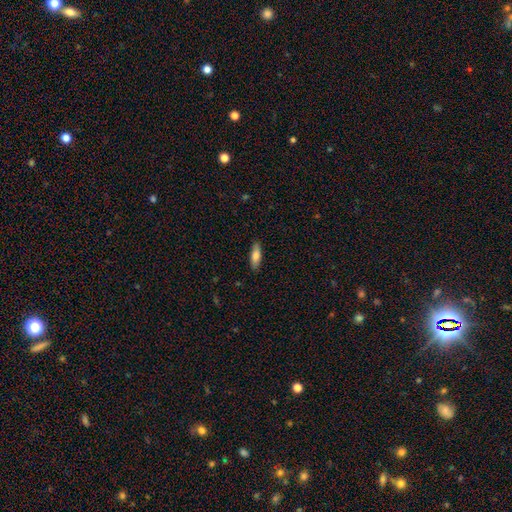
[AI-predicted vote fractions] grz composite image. It shows a smooth galaxy with no disk features (78%) that is in between round and cigar-shaped (56%). Merging: none (87%).